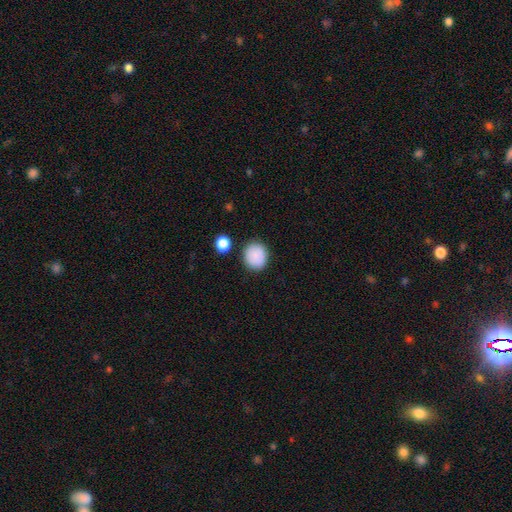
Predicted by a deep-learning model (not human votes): Morphology: type=smooth (87%); roundness=round (77%); merging=none (84%).